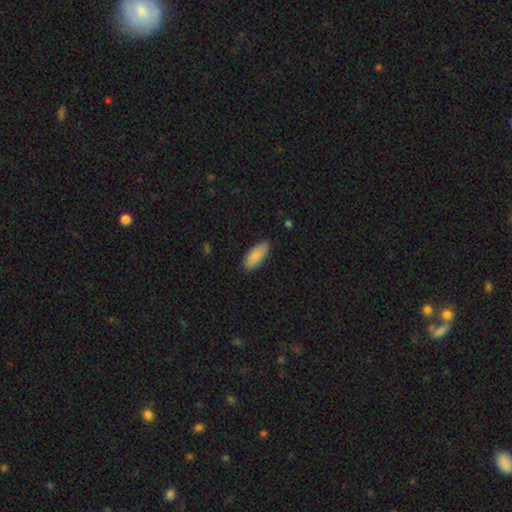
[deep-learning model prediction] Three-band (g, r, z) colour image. It shows a smooth galaxy with no disk features (87%) that is in between round and cigar-shaped (81%). Merging: none (85%).